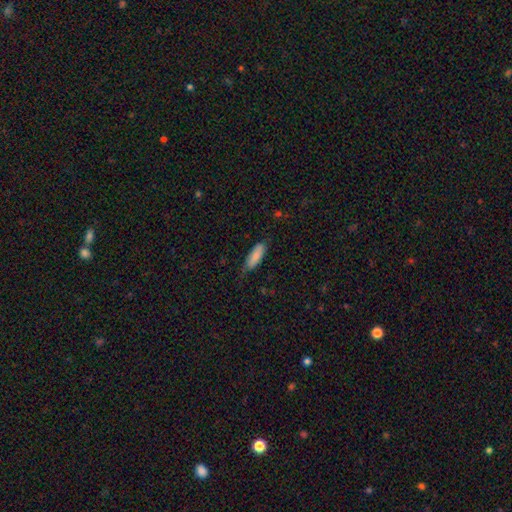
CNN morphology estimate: smooth_or_featured: smooth (p=0.86) [alt: featured or disk p=0.08]
how_rounded: in between (p=0.62) [alt: cigar-shaped p=0.36]
merging: none (p=0.72) [alt: minor disturbance p=0.22]